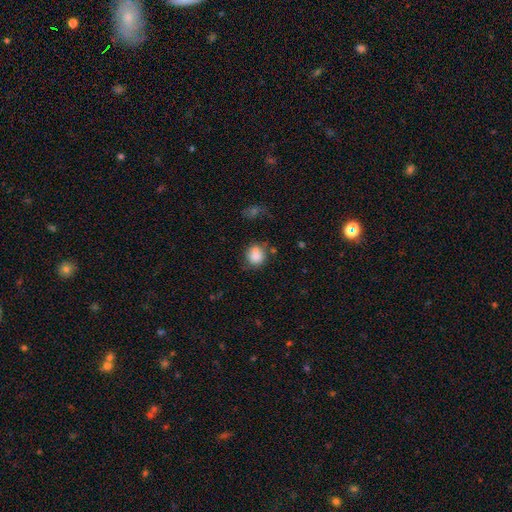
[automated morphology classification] Q: Smooth or featured?
A: smooth (85%); runner-up: star or artifact (9%)
Q: How rounded?
A: round (77%); runner-up: in between (22%)
Q: Merging?
A: none (65%); runner-up: minor disturbance (21%)